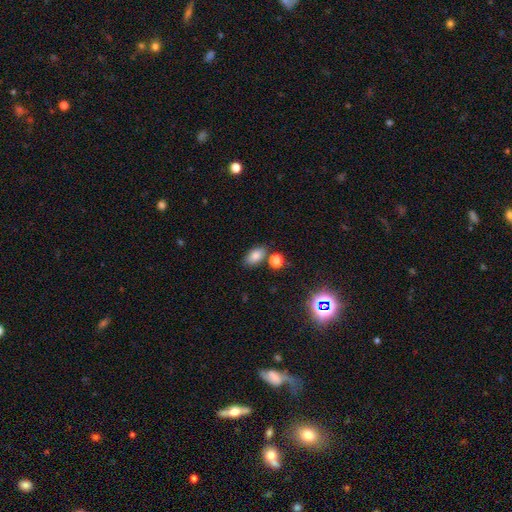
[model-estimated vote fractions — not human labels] Q: Smooth or featured?
A: smooth (81%); runner-up: star or artifact (12%)
Q: How rounded?
A: in between (89%); runner-up: round (8%)
Q: Merging?
A: none (76%); runner-up: minor disturbance (11%)